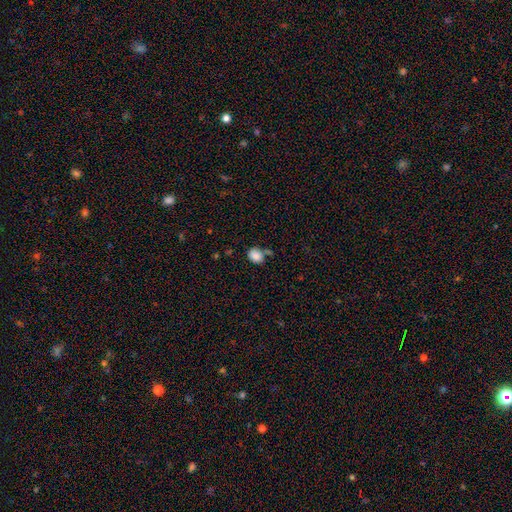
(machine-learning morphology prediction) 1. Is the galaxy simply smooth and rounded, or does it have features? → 86% smooth, 9% star or artifact, 5% featured or disk.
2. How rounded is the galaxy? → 52% in between, 47% round, 1% cigar-shaped.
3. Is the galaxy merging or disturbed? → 62% none, 18% minor disturbance, 15% merger, 5% major disturbance.